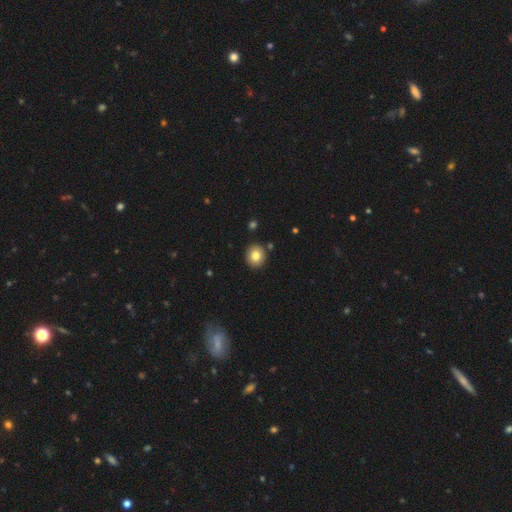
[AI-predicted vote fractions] A smooth galaxy with no disk features (81%) that is round (79%).

Vote fractions:
- Smooth or featured? smooth: 81% / star or artifact: 10% / featured or disk: 10%
- How rounded? round: 79% / in between: 20% / cigar-shaped: 1%
- Merging? none: 88% / minor disturbance: 7% / merger: 3% / major disturbance: 2%